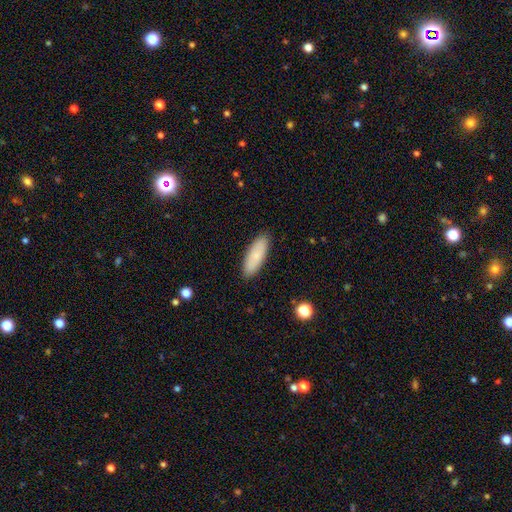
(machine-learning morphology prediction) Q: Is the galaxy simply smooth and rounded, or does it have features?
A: smooth — 81%.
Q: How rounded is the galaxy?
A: in between — 60%.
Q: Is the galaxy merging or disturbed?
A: none — 89%.